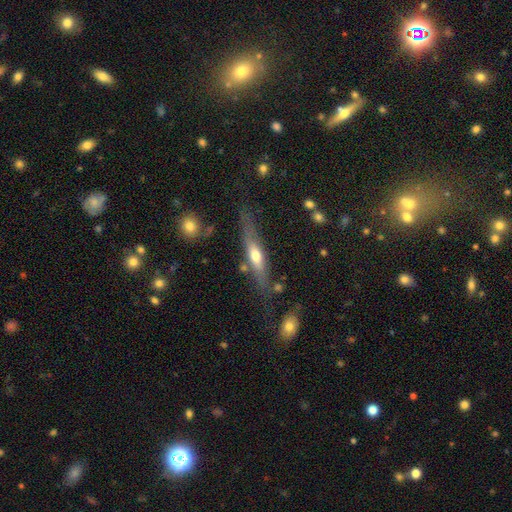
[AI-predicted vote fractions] A featured or disk galaxy (56%) viewed edge-on (83%).

Vote fractions:
- Smooth or featured? featured or disk: 56% / smooth: 38% / star or artifact: 6%
- Edge-on disk? yes: 83% / no: 17%
- Merging? none: 69% / minor disturbance: 18% / major disturbance: 7% / merger: 6%